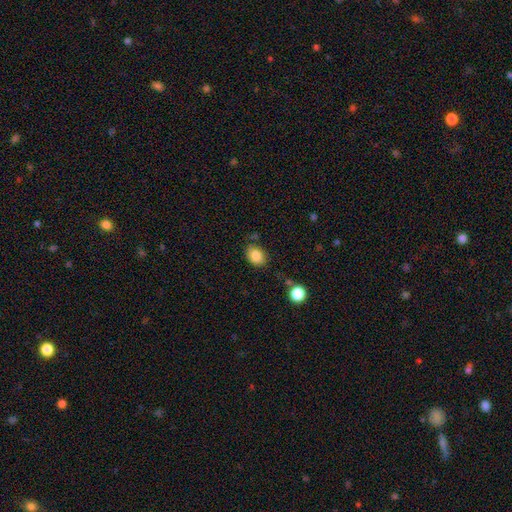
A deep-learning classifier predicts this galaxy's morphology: Smooth or featured: smooth — 84% (star or artifact — 9%)
How rounded: in between — 65% (round — 35%)
Merging: none — 75% (minor disturbance — 17%)